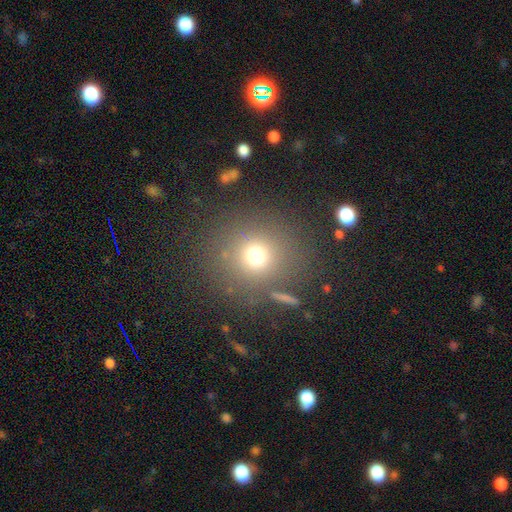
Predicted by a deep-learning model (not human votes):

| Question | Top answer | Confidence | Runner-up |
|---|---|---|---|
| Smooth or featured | smooth | 71% | star or artifact (19%) |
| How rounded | round | 85% | in between (13%) |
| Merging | none | 80% | minor disturbance (9%) |